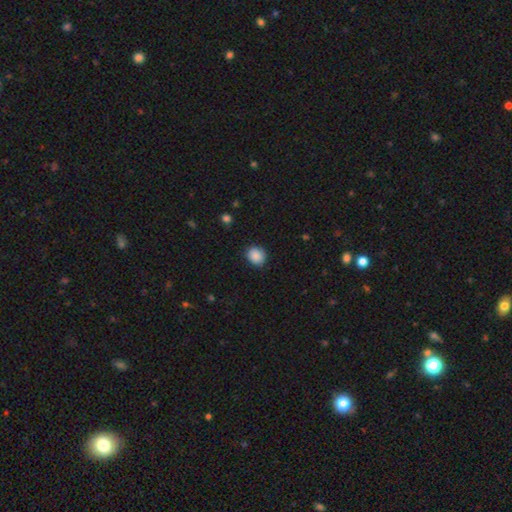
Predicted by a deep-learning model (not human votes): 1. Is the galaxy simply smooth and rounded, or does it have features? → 88% smooth, 9% star or artifact, 3% featured or disk.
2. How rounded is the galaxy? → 69% round, 31% in between, 1% cigar-shaped.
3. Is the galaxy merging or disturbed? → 85% none, 11% minor disturbance, 3% major disturbance, 1% merger.